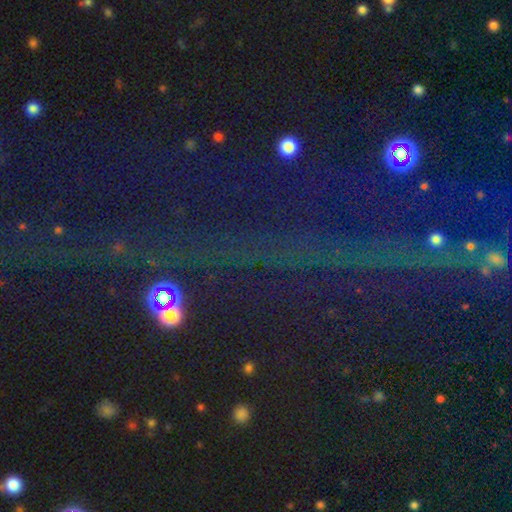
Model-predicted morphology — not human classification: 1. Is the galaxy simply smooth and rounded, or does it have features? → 79% star or artifact, 11% smooth, 10% featured or disk.